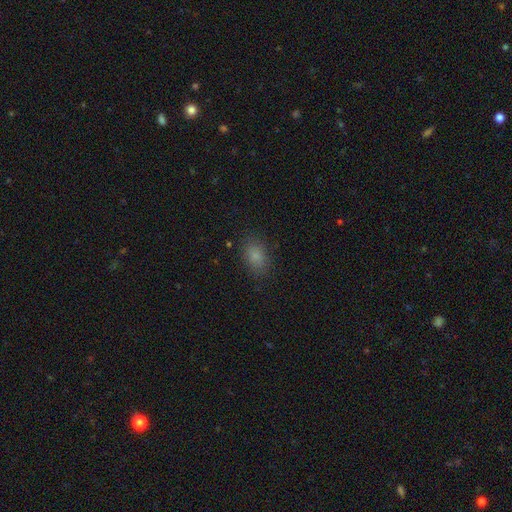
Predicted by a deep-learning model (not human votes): A smooth galaxy with no disk features (83%) that is in between round and cigar-shaped (86%).

Vote fractions:
- Smooth or featured? smooth: 83% / star or artifact: 11% / featured or disk: 6%
- How rounded? in between: 86% / round: 12% / cigar-shaped: 3%
- Merging? none: 83% / minor disturbance: 12% / major disturbance: 4% / merger: 1%